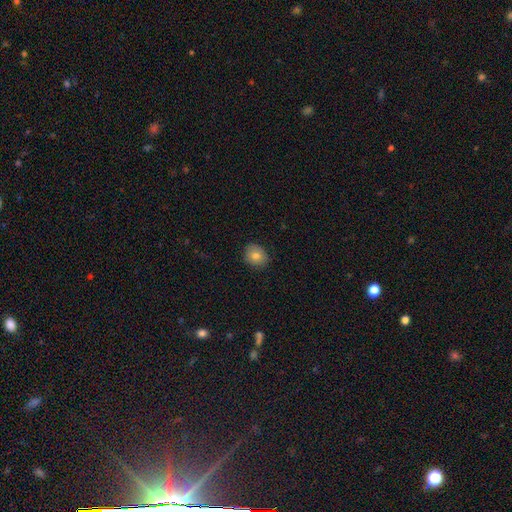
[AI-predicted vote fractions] The model was most divided on "how rounded": round: 65%, in between: 34%, cigar-shaped: 1%. More confident: merging — none (86%); smooth or featured — smooth (80%).